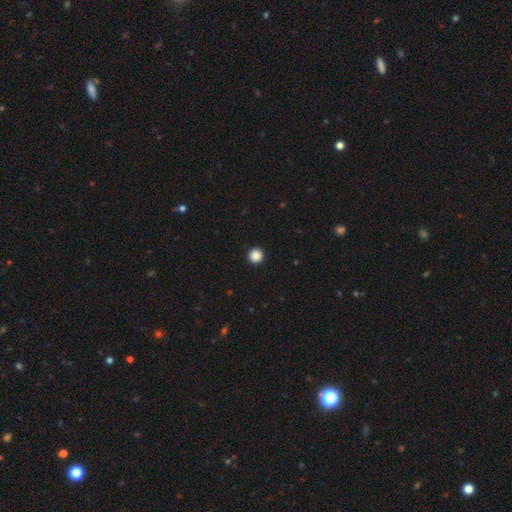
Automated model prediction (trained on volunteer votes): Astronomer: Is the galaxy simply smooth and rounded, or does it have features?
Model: smooth — 87%.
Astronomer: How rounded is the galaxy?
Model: round — 96%.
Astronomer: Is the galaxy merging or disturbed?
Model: none — 94%.